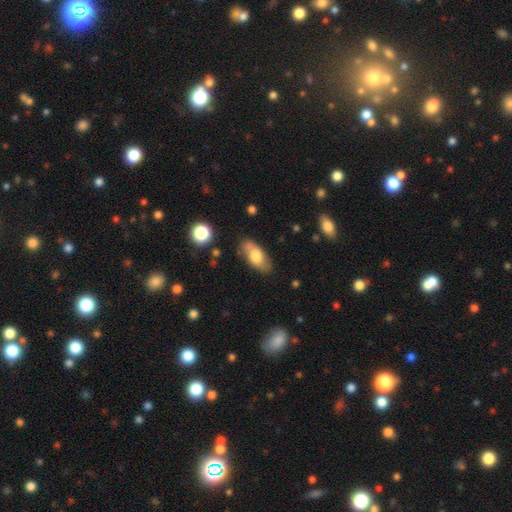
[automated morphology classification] type=smooth (65%); roundness=in between (86%); merging=none (72%).